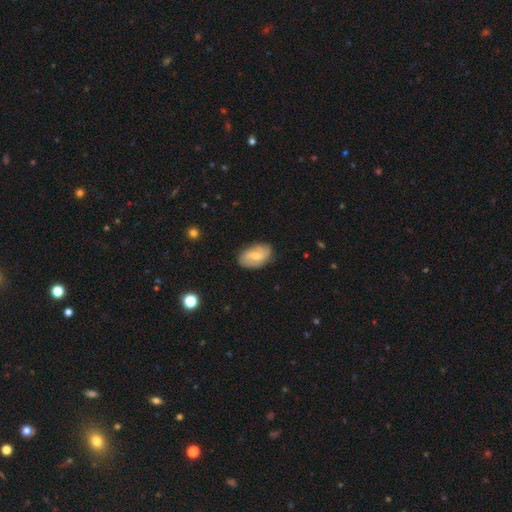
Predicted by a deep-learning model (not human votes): smooth_or_featured: featured or disk (p=0.50) [alt: smooth p=0.44]
merging: none (p=0.83) [alt: minor disturbance p=0.13]